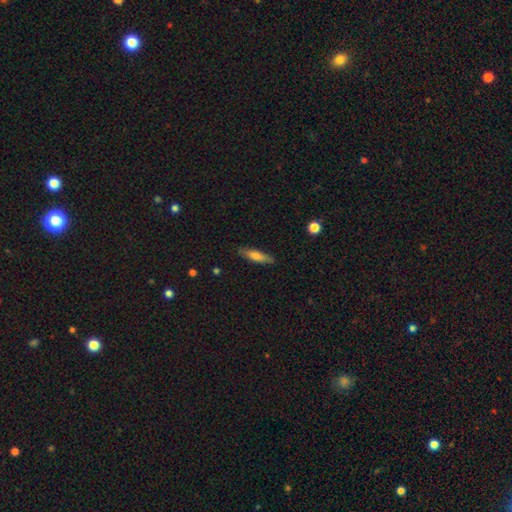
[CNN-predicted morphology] Overall: smooth (66%; featured or disk 28%). How rounded: cigar-shaped (75%). Merging: none (85%).